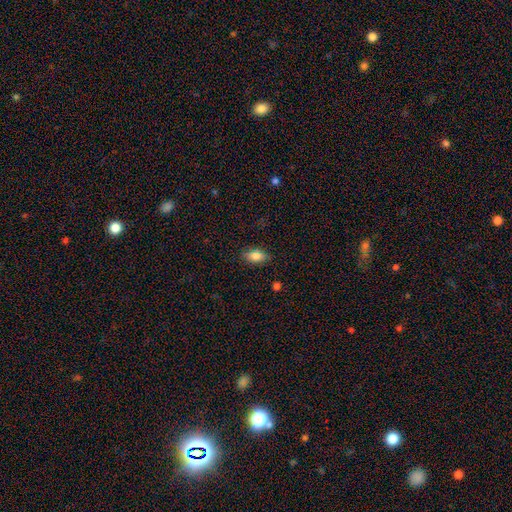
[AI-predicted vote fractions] Overall: smooth (80%). How rounded: in between (86%). Merging: none (84%).